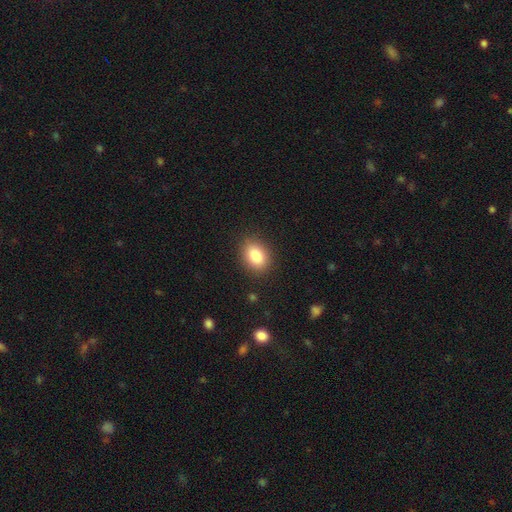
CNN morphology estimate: Q: Smooth or featured?
A: smooth (86%); runner-up: star or artifact (8%)
Q: How rounded?
A: in between (72%); runner-up: round (27%)
Q: Merging?
A: none (87%); runner-up: minor disturbance (9%)